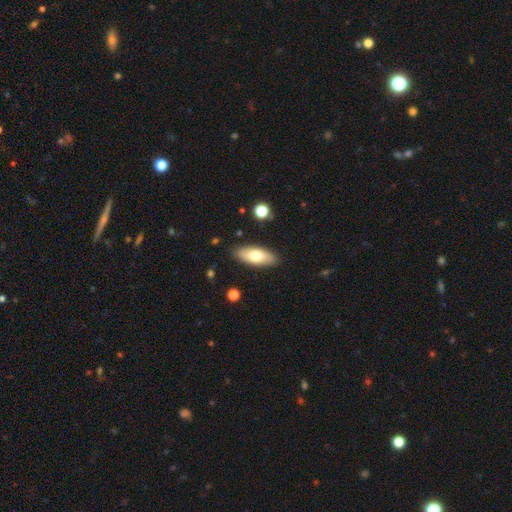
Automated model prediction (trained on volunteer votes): smooth_or_featured: smooth (p=0.73) [alt: featured or disk p=0.21]
how_rounded: in between (p=0.81) [alt: cigar-shaped p=0.17]
merging: none (p=0.87) [alt: minor disturbance p=0.09]